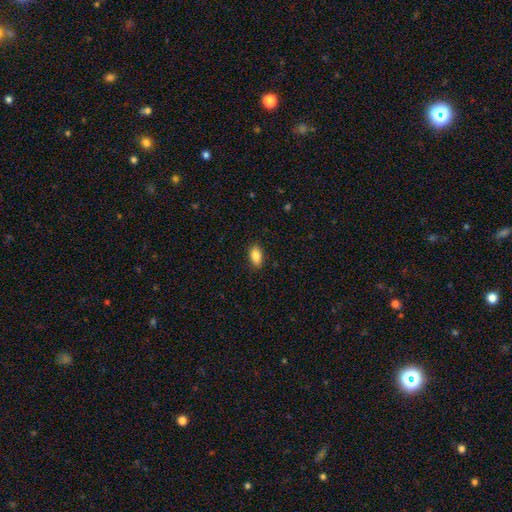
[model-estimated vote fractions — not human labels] A smooth galaxy with no disk features (87%) that is in between round and cigar-shaped (91%). Merging: none (88%).